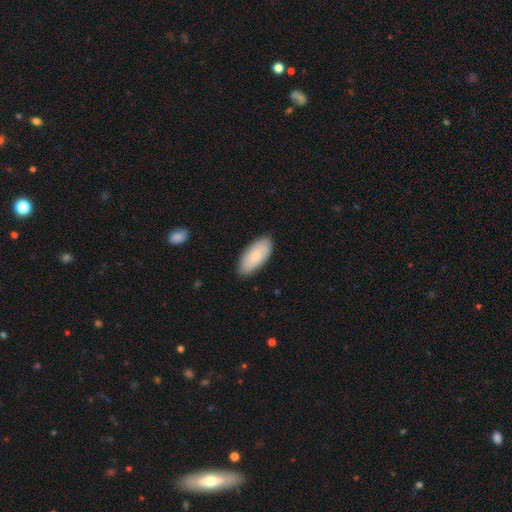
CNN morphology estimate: smooth_or_featured: smooth (p=0.80) [alt: featured or disk p=0.14]
how_rounded: in between (p=0.92) [alt: cigar-shaped p=0.07]
merging: none (p=0.86) [alt: minor disturbance p=0.11]